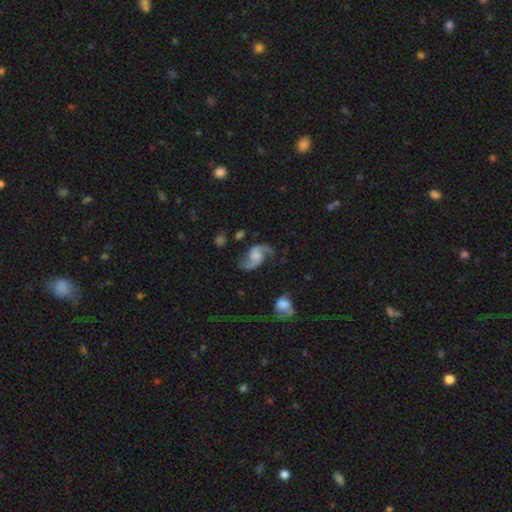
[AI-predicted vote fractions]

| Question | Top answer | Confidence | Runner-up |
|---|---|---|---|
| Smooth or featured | featured or disk | 89% | smooth (6%) |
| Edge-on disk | no | 98% | yes (2%) |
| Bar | no | 58% | weak (35%) |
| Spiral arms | yes | 97% | no (3%) |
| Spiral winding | loose | 64% | medium (31%) |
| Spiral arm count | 2 | 94% | 1 (2%) |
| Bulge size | none | 38% | moderate (24%) |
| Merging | none | 73% | minor disturbance (16%) |